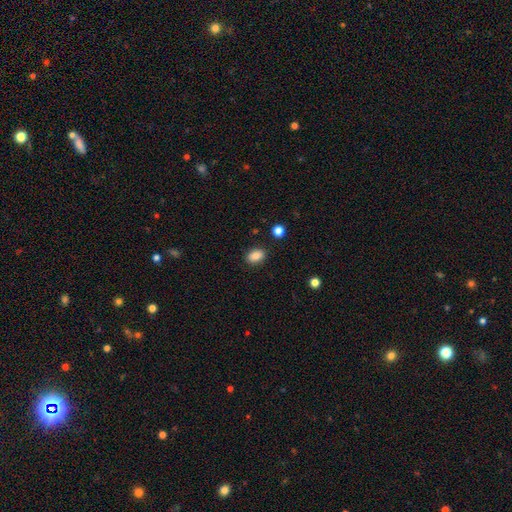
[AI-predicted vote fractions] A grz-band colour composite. It shows a smooth galaxy with no disk features (85%) that is in between round and cigar-shaped (80%). Merging: none (87%).